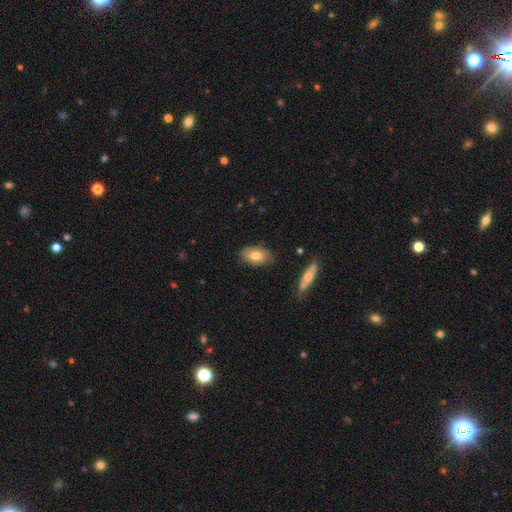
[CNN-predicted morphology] smooth_or_featured: smooth (p=0.75) [alt: featured or disk p=0.18]
how_rounded: in between (p=0.91) [alt: round p=0.06]
merging: none (p=0.81) [alt: minor disturbance p=0.14]